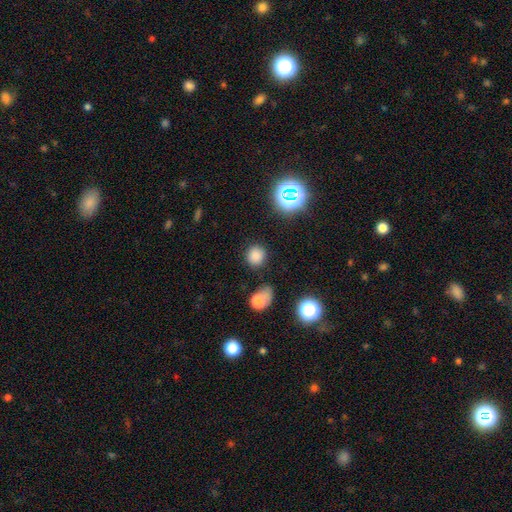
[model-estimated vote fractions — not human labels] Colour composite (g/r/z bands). It shows a smooth galaxy with no disk features (79%) that is round (88%). Merging: none (82%).